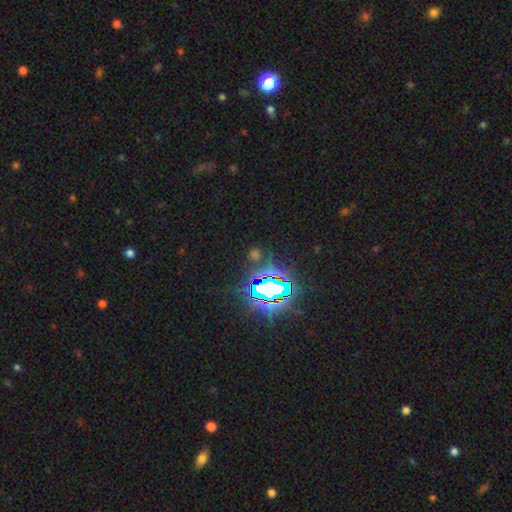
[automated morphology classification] A star or artifact, not a galaxy (74%).

Vote fractions:
- Smooth or featured? star or artifact: 74% / smooth: 18% / featured or disk: 8%